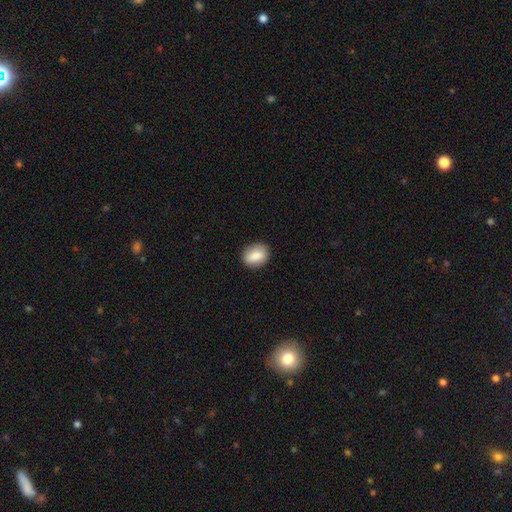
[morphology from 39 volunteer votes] smooth_or_featured: smooth (p=0.85) [alt: star or artifact p=0.10]
how_rounded: round (p=0.52) [alt: in between p=0.48]
merging: none (p=0.91) [alt: minor disturbance p=0.06]